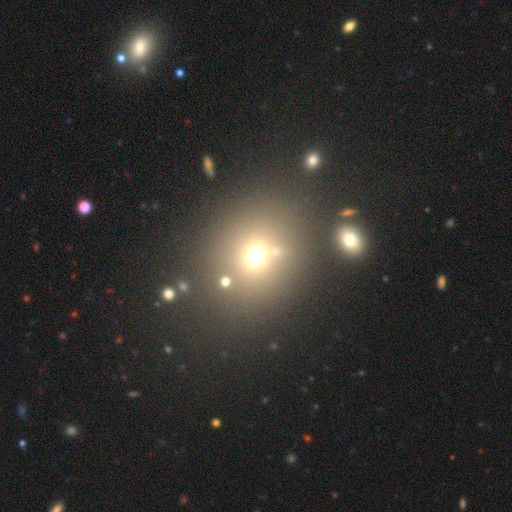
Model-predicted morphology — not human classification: type=smooth (61%); roundness=round (74%); merging=none (72%).